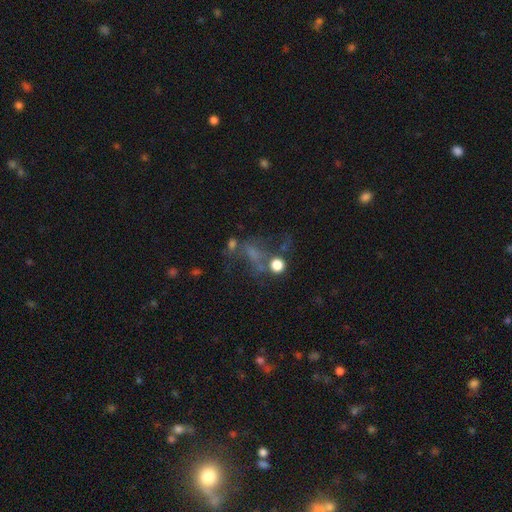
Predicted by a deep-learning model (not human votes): smooth_or_featured: featured or disk (p=0.35) [alt: star or artifact p=0.33]
merging: none (p=0.35) [alt: major disturbance p=0.32]